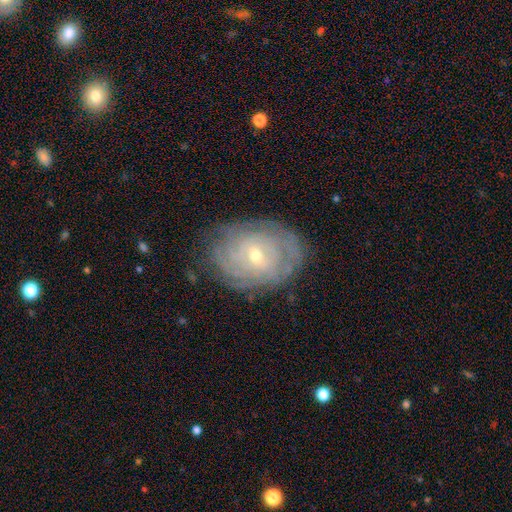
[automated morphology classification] Overall: featured or disk (80%). Edge-on disk: no (96%). Bar: no (50%; weak 41%). Spiral arms: yes (91%). Spiral arm count: can't tell (51%; 4 14%). Spiral winding: tight (81%). Bulge size: small (58%; moderate 39%). Merging: none (79%).